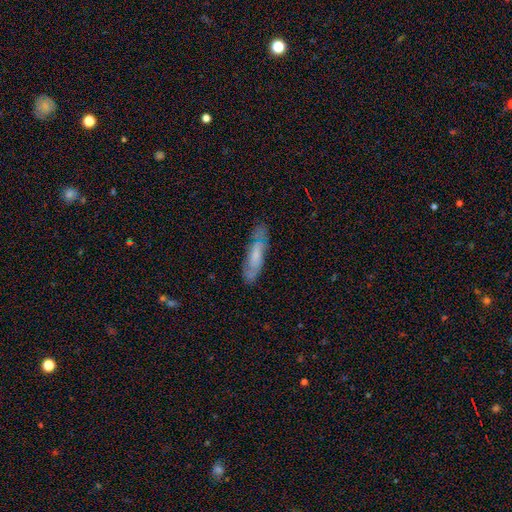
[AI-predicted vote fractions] This is possibly a smooth galaxy (47%). Merging: likely none (74%).